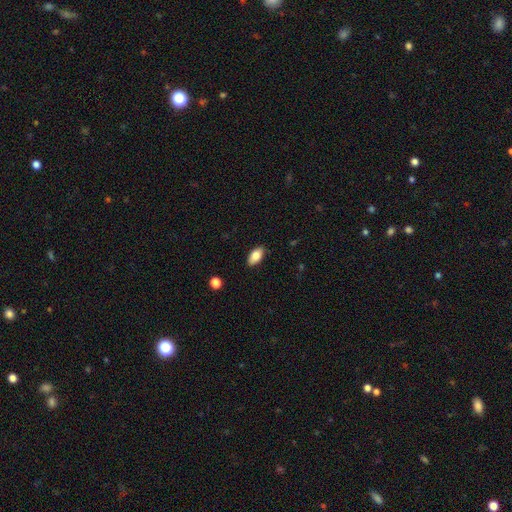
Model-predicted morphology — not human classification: smooth 81%, featured or disk 12%, star or artifact 7%. Down the decision tree: how rounded — in between (92%); merging — none (88%).